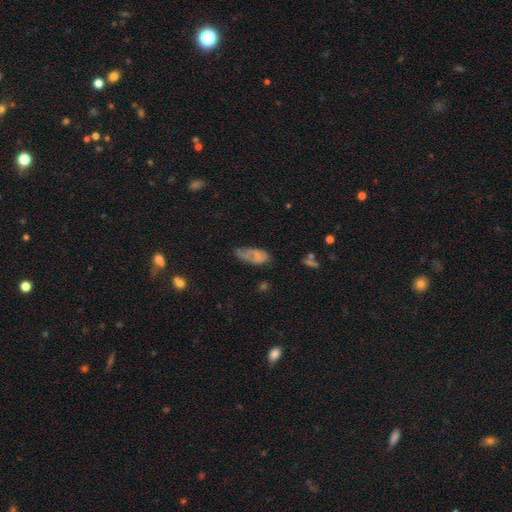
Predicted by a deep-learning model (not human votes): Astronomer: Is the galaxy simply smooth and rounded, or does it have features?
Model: smooth — 58%.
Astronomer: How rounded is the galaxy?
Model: in between — 85%.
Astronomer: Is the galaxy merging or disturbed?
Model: none — 37% (runner-up: minor disturbance, 34%).